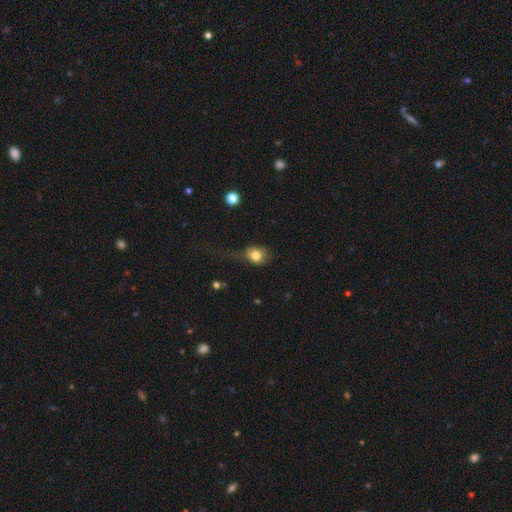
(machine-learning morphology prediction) Overall: smooth (78%). How rounded: round (62%; in between 36%). Merging: none (38%; major disturbance 31%).